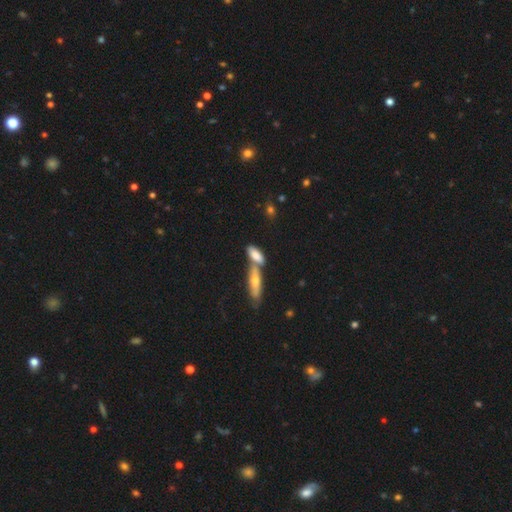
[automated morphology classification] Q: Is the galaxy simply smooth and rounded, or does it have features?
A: smooth — 72%.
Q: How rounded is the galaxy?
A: in between — 66%.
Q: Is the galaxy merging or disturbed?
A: merger — 47%.